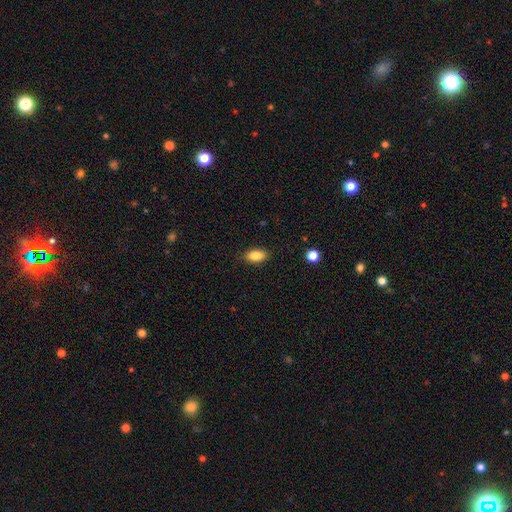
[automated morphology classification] smooth_or_featured: smooth (p=0.84) [alt: featured or disk p=0.08]
how_rounded: in between (p=0.88) [alt: cigar-shaped p=0.07]
merging: none (p=0.88) [alt: minor disturbance p=0.09]